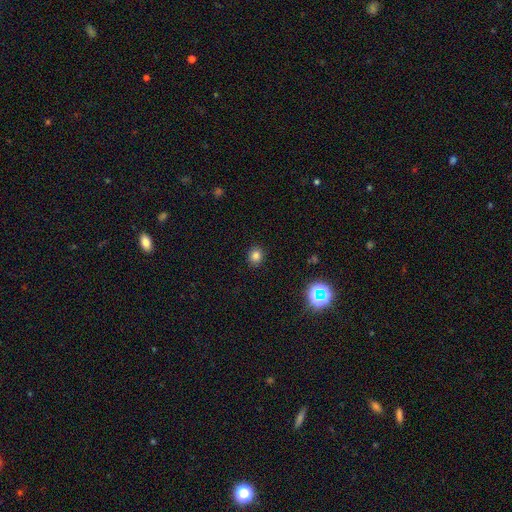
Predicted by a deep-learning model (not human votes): Smooth or featured? Predicted: smooth (p=0.80). How rounded? Predicted: round (p=0.74). Merging? Predicted: none (p=0.90).